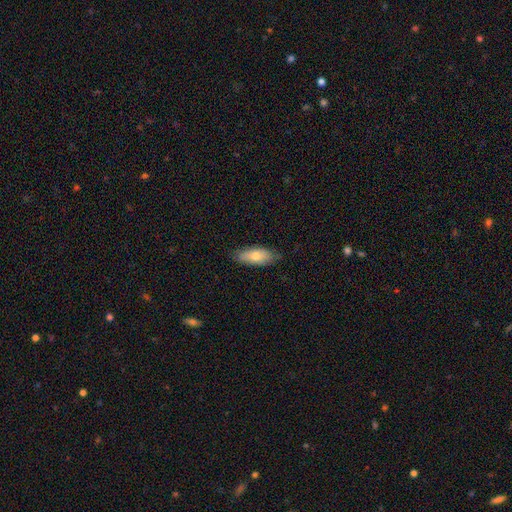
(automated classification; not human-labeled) Smooth or featured: smooth — 72% (featured or disk — 22%)
How rounded: in between — 78% (cigar-shaped — 20%)
Merging: none — 81% (minor disturbance — 16%)